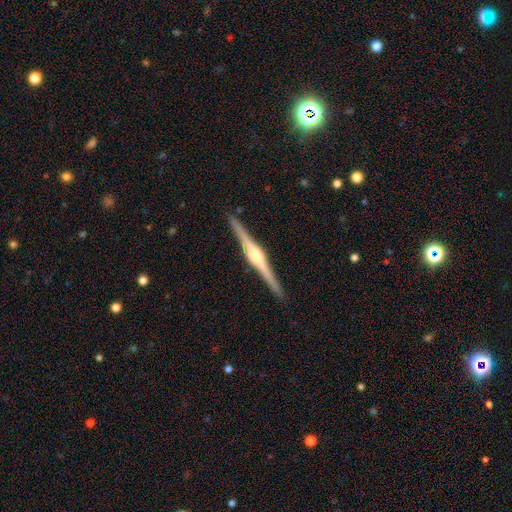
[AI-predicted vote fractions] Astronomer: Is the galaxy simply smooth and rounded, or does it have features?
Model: featured or disk — 86%.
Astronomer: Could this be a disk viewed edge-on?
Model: yes — 99%.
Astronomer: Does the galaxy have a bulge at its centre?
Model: rounded — 78%.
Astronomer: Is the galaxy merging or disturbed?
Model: none — 92%.